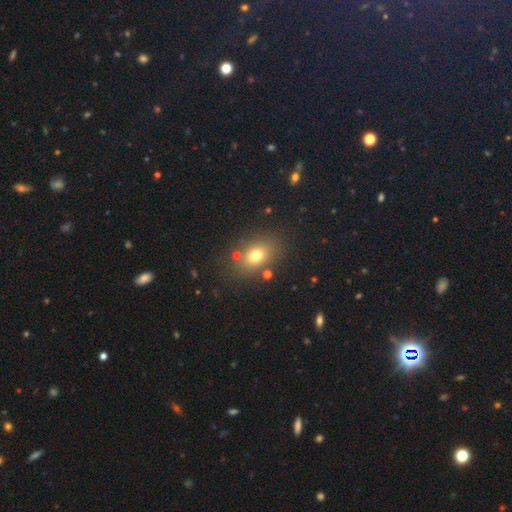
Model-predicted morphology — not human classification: Smooth or featured? Predicted: smooth (p=0.73). How rounded? Predicted: in between (p=0.72). Merging? Predicted: none (p=0.80).